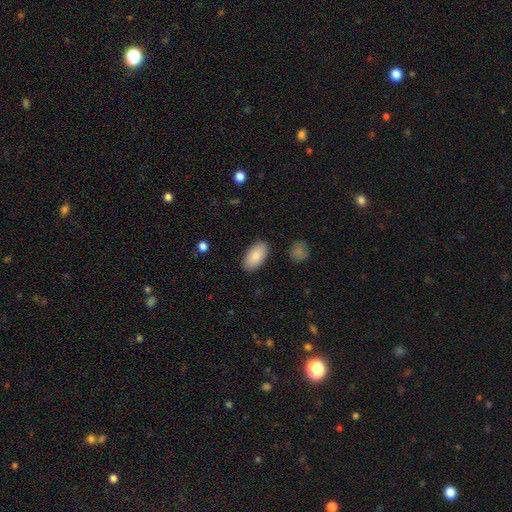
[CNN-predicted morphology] Smooth or featured? smooth (87%)
How rounded? in between (95%)
Merging? none (88%)